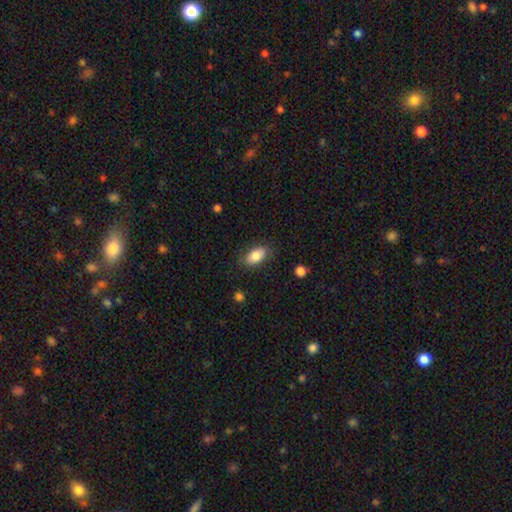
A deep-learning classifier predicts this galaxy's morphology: A smooth galaxy with no disk features (82%) that is in between round and cigar-shaped (89%). Merging: none (82%).